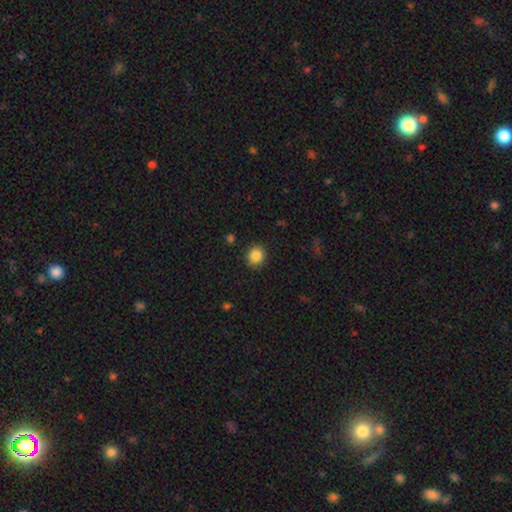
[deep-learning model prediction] Smooth or featured? Predicted: smooth (p=0.86). How rounded? Predicted: round (p=0.83). Merging? Predicted: none (p=0.90).